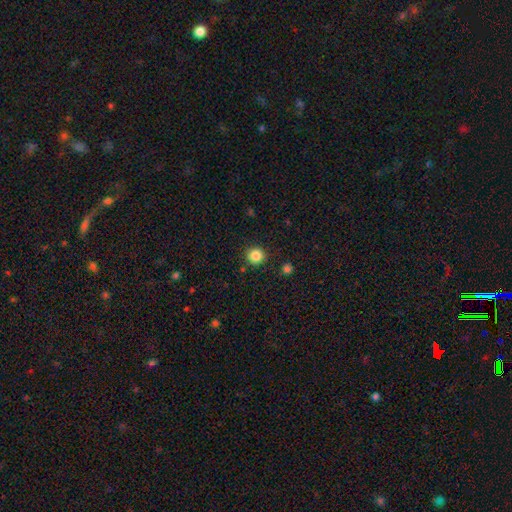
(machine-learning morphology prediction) Smooth or featured: smooth — 85% (star or artifact — 11%)
How rounded: round — 93% (in between — 6%)
Merging: none — 89% (minor disturbance — 7%)